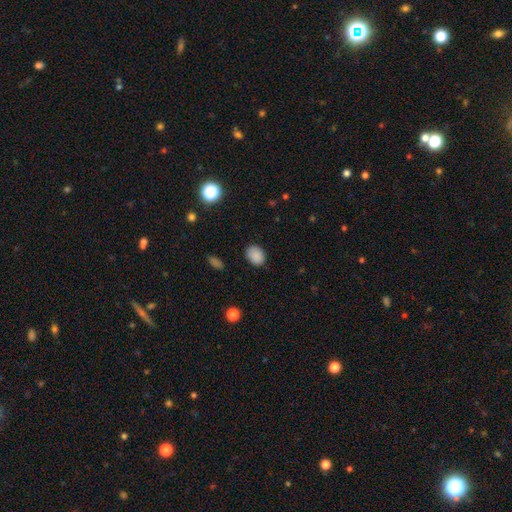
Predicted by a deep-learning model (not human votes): The model was most divided on "how rounded": in between: 63%, round: 36%, cigar-shaped: 1%. More confident: smooth or featured — smooth (87%); merging — none (84%).